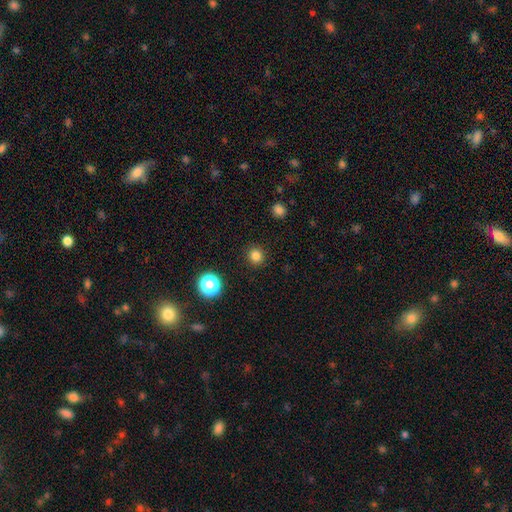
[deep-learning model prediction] Q: Smooth or featured?
A: smooth (82%); runner-up: star or artifact (14%)
Q: How rounded?
A: round (91%); runner-up: in between (8%)
Q: Merging?
A: none (91%); runner-up: minor disturbance (5%)